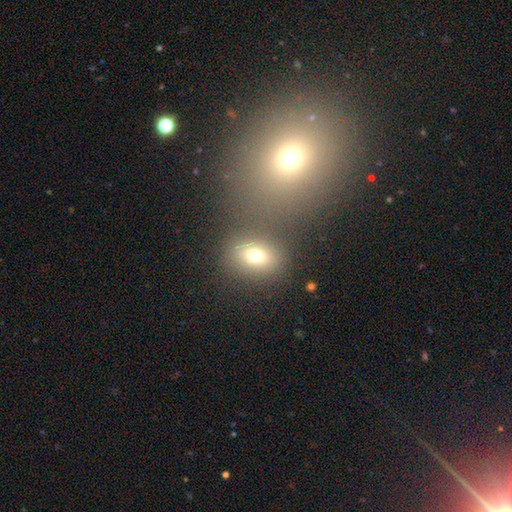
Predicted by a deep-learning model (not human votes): smooth-or-featured: smooth: 69% | star or artifact: 17% | featured or disk: 15%
  how-rounded: in between: 58% | round: 40% | cigar-shaped: 2%
  merging: none: 76% | minor disturbance: 11% | merger: 8% | major disturbance: 5%